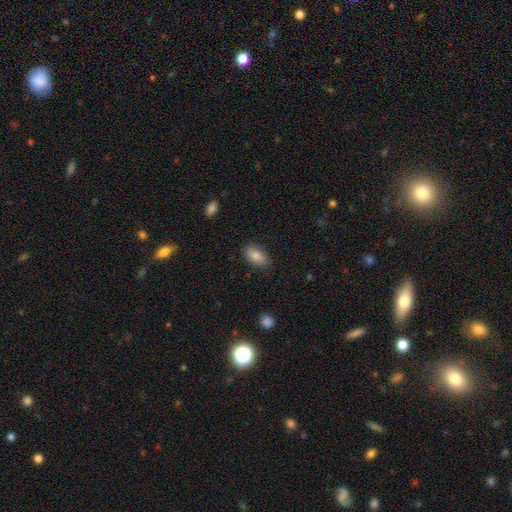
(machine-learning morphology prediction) This is clearly a smooth galaxy (83%). How rounded: clearly in between (91%). Merging: clearly none (81%).